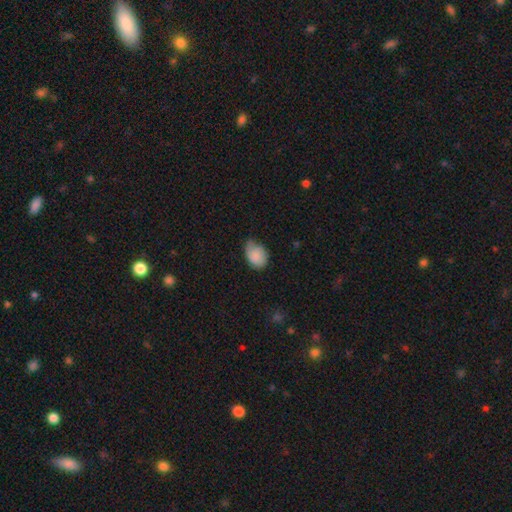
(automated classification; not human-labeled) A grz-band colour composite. It shows a smooth galaxy with no disk features (81%) that is in between round and cigar-shaped (68%). Merging: none (44%, tied with minor disturbance).